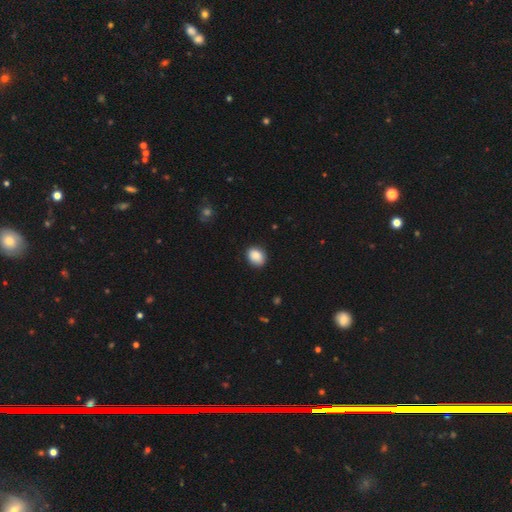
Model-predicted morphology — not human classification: This is clearly a smooth galaxy (87%). How rounded: possibly in between (55%). Merging: clearly none (85%).